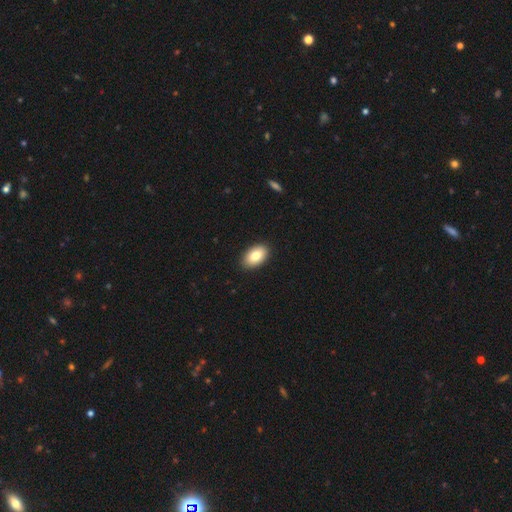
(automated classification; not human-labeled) A smooth galaxy with no disk features (82%) that is in between round and cigar-shaped (92%).

Vote fractions:
- Smooth or featured? smooth: 82% / featured or disk: 11% / star or artifact: 7%
- How rounded? in between: 92% / round: 7% / cigar-shaped: 1%
- Merging? none: 90% / minor disturbance: 7% / major disturbance: 2% / merger: 1%